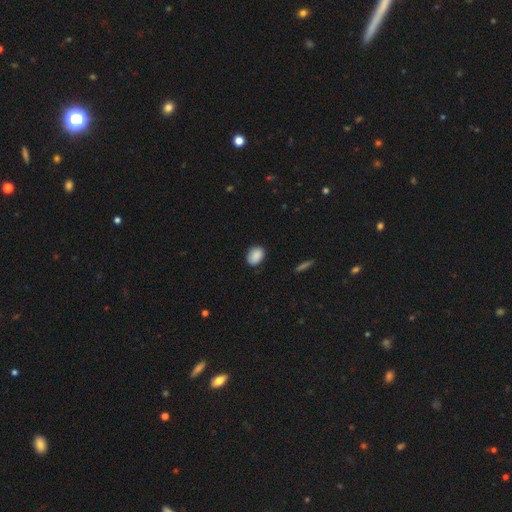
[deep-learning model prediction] smooth 88%, star or artifact 7%, featured or disk 5%. Down the decision tree: how rounded — in between (73%); merging — none (81%).